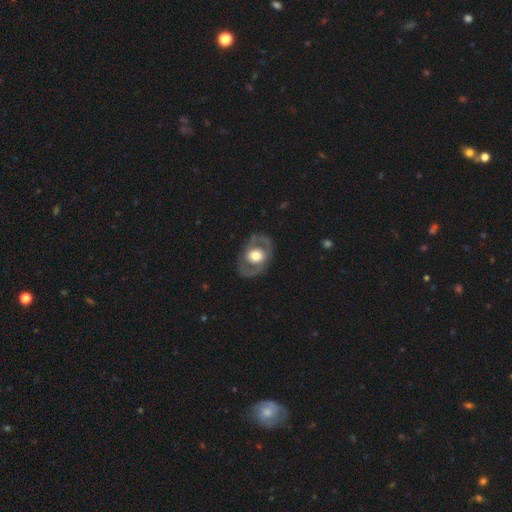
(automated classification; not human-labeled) smooth_or_featured: featured or disk (p=0.65) [alt: smooth p=0.30]
disk_edge_on: no (p=0.94) [alt: yes p=0.06]
bar: no (p=0.74) [alt: weak p=0.19]
has_spiral_arms: no (p=0.58) [alt: yes p=0.42]
bulge_size: moderate (p=0.51) [alt: large p=0.40]
merging: none (p=0.81) [alt: minor disturbance p=0.11]